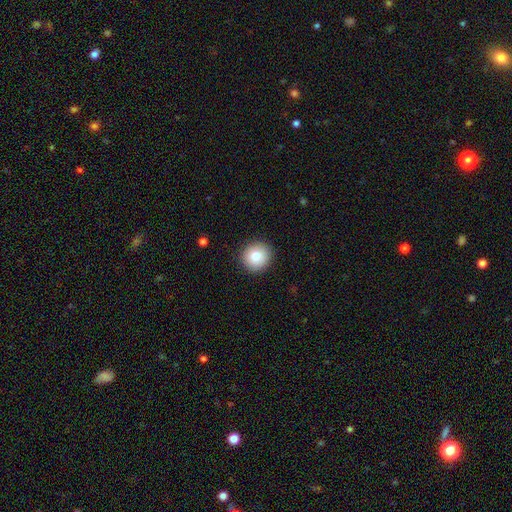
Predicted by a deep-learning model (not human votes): Smooth or featured? smooth (81%)
How rounded? round (93%)
Merging? none (91%)